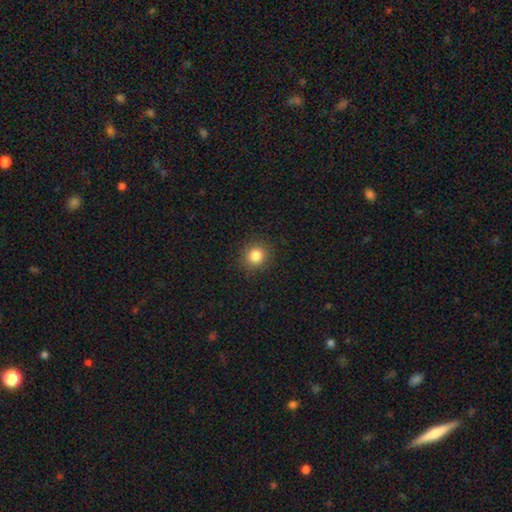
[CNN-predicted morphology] Smooth or featured: smooth — 84% (star or artifact — 12%)
How rounded: round — 90% (in between — 9%)
Merging: none — 91% (minor disturbance — 6%)